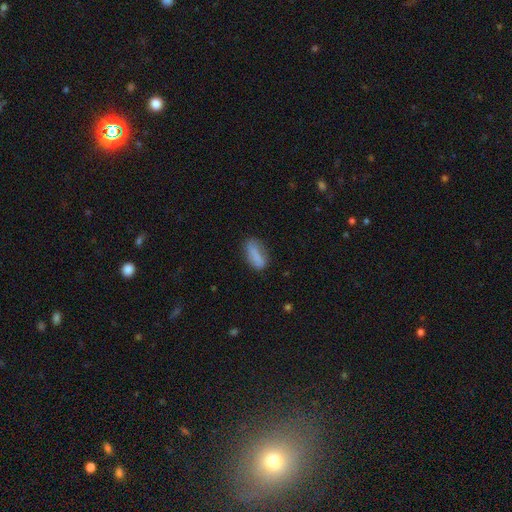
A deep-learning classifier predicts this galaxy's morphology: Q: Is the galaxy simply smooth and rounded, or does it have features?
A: smooth — 79%.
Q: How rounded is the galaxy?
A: in between — 66%.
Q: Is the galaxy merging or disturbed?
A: none — 65%.